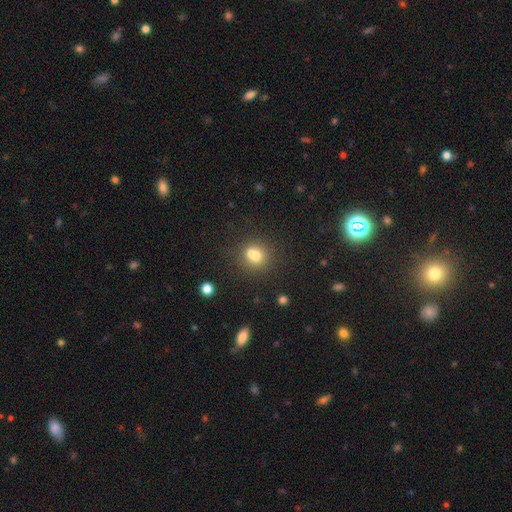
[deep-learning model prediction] The model was most divided on "merging": none: 47%, merger: 38%, minor disturbance: 10%, major disturbance: 4%. More confident: how rounded — round (74%); smooth or featured — smooth (71%).